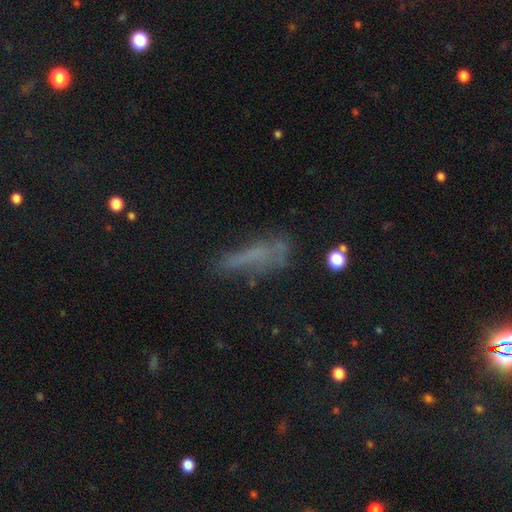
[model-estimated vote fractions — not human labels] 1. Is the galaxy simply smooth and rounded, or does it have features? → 46% smooth, 29% featured or disk, 25% star or artifact.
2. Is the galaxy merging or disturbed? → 50% none, 25% minor disturbance, 20% major disturbance, 5% merger.